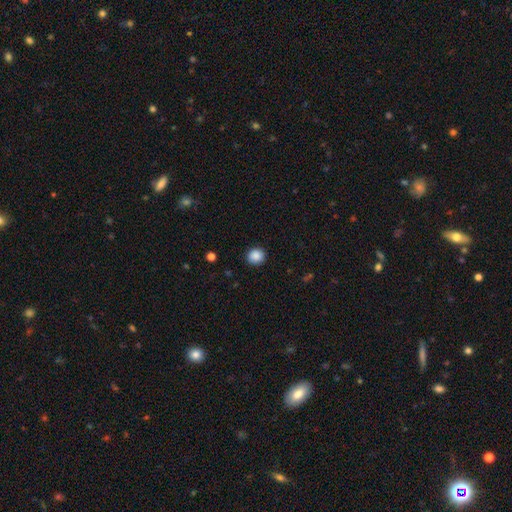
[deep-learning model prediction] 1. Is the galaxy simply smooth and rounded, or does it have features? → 88% smooth, 9% star or artifact, 3% featured or disk.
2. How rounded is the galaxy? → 89% round, 11% in between, 1% cigar-shaped.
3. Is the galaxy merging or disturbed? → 91% none, 6% minor disturbance, 2% major disturbance, 1% merger.